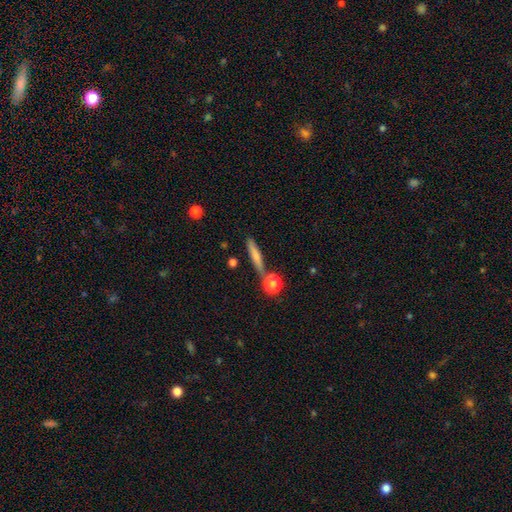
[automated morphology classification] smooth 63%, featured or disk 27%, star or artifact 9%. Down the decision tree: how rounded — cigar-shaped (83%); merging — none (69%).